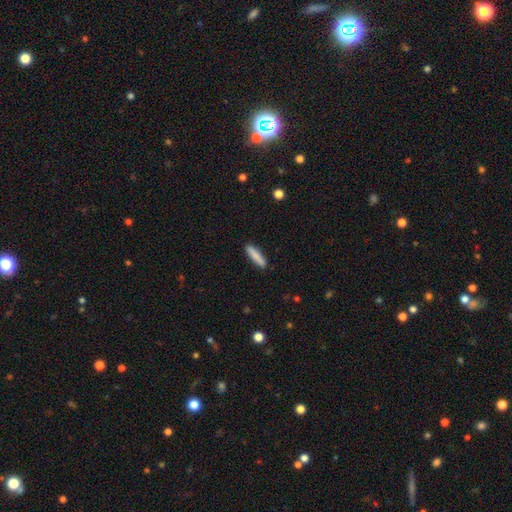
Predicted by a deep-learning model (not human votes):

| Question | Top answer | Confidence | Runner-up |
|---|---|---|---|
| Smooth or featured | smooth | 84% | featured or disk (10%) |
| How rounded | cigar-shaped | 85% | in between (14%) |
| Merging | none | 90% | minor disturbance (7%) |